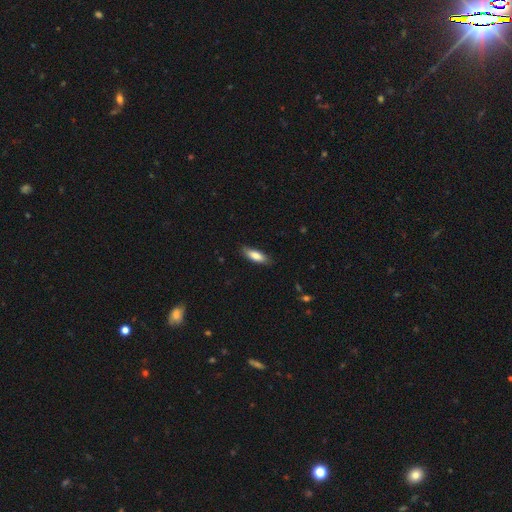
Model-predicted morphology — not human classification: This is clearly a smooth galaxy (81%). How rounded: possibly in between (58%). Merging: clearly none (81%).